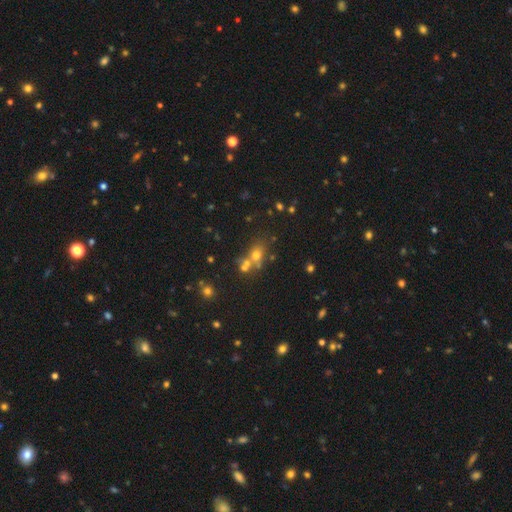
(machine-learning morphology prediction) A smooth galaxy with no disk features (54%) that is round (62%).

Vote fractions:
- Smooth or featured? smooth: 54% / star or artifact: 30% / featured or disk: 16%
- How rounded? round: 62% / in between: 35% / cigar-shaped: 3%
- Merging? none: 50% / merger: 35% / minor disturbance: 10% / major disturbance: 5%